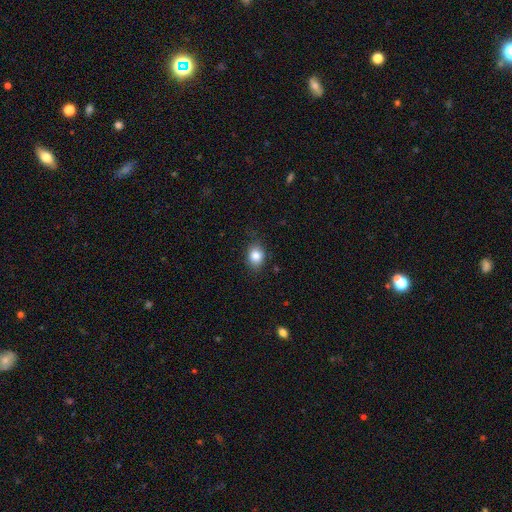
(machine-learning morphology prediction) This is clearly a smooth galaxy (84%). How rounded: possibly in between (53%). Merging: clearly none (80%).